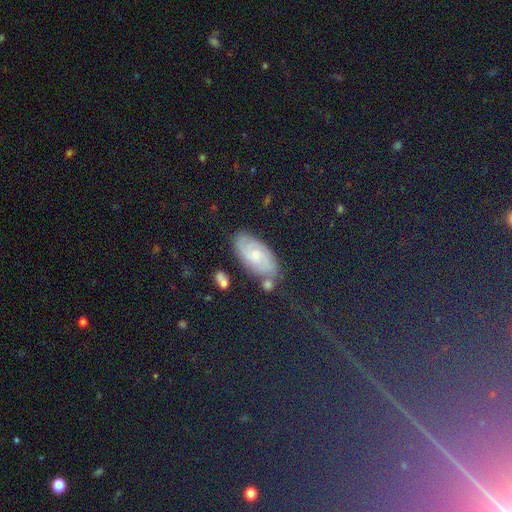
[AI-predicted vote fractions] Q: Smooth or featured?
A: featured or disk (40%); runner-up: smooth (36%)
Q: Merging?
A: none (77%); runner-up: minor disturbance (15%)